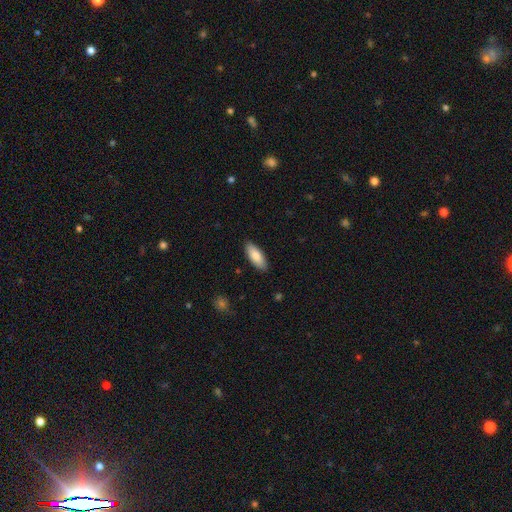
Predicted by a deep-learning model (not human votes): Morphology: type=smooth (84%); roundness=in between (76%); merging=none (89%).